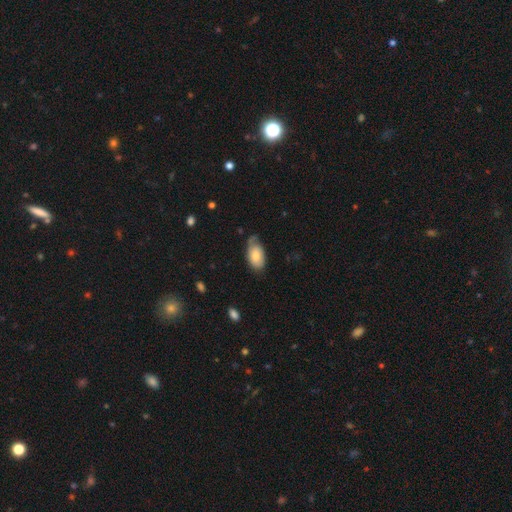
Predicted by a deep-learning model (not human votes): A smooth galaxy with no disk features (70%) that is in between round and cigar-shaped (94%). Merging: none (49%).